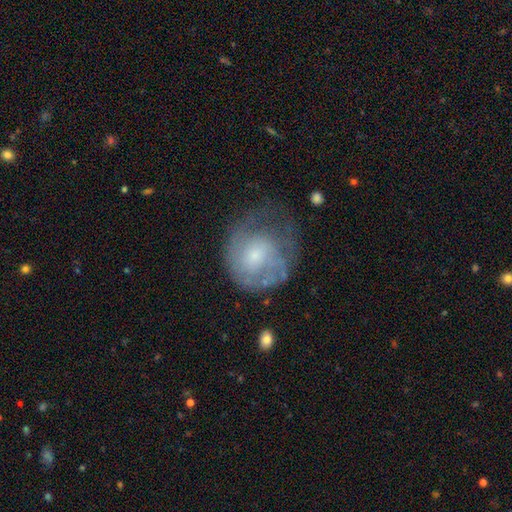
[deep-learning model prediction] Smooth or featured? Predicted: featured or disk (p=0.55). Edge-on disk? Predicted: no (p=0.97). Bar? Predicted: no (p=0.72). Spiral arms? Predicted: yes (p=0.64). Bulge size? Predicted: small (p=0.54). Merging? Predicted: none (p=0.39).